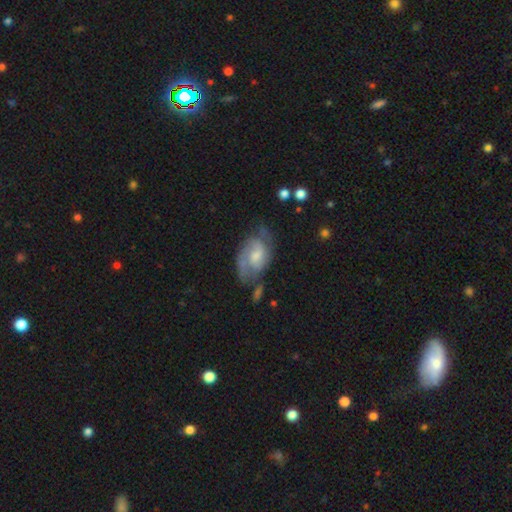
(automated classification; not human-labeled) Q: Smooth or featured?
A: featured or disk (76%); runner-up: smooth (17%)
Q: Edge-on disk?
A: no (96%); runner-up: yes (4%)
Q: Bar?
A: weak (47%); runner-up: no (45%)
Q: Spiral arms?
A: yes (92%); runner-up: no (8%)
Q: Spiral winding?
A: medium (48%); runner-up: tight (35%)
Q: Spiral arm count?
A: 2 (74%); runner-up: can't tell (14%)
Q: Bulge size?
A: moderate (46%); runner-up: small (40%)
Q: Merging?
A: none (58%); runner-up: minor disturbance (25%)